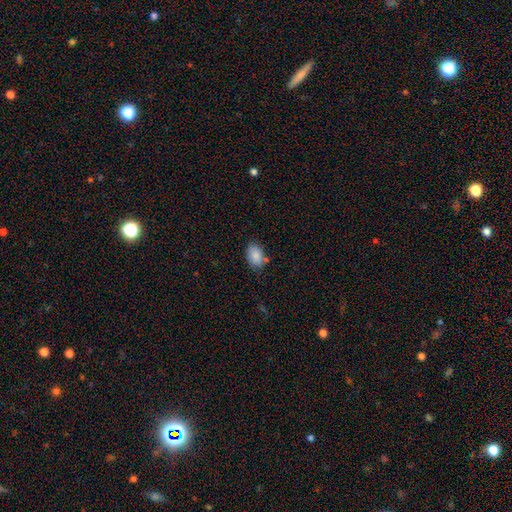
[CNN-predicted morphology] Q: Smooth or featured?
A: smooth (85%); runner-up: star or artifact (8%)
Q: How rounded?
A: in between (84%); runner-up: round (15%)
Q: Merging?
A: none (70%); runner-up: minor disturbance (19%)